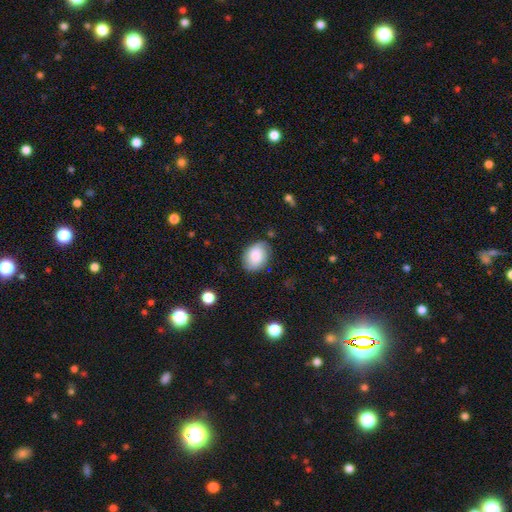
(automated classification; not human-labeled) This is likely a smooth galaxy (76%). How rounded: likely in between (76%). Merging: likely none (76%).